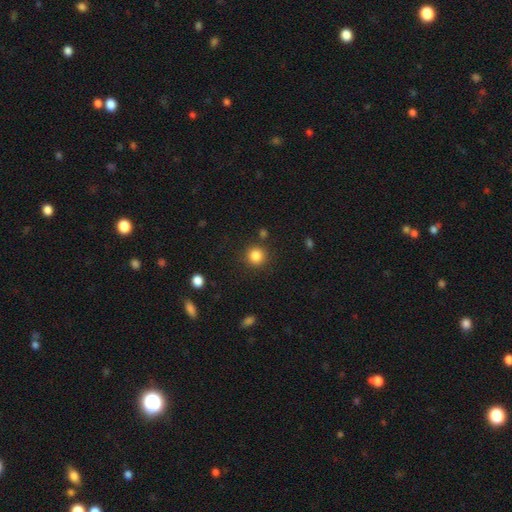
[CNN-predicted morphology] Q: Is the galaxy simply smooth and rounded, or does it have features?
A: smooth — 84%.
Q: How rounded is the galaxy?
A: round — 93%.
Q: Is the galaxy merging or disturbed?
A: none — 87%.